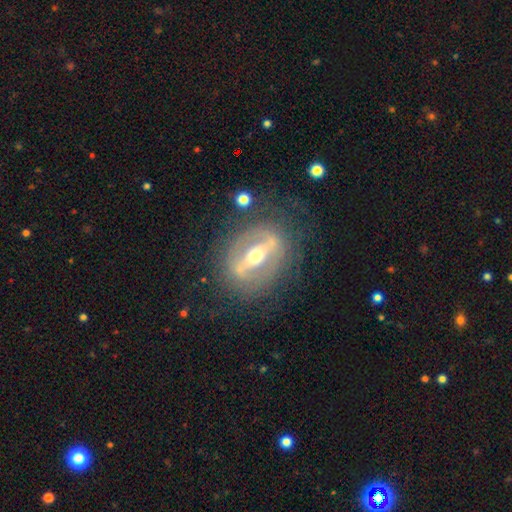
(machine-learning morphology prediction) Smooth or featured? Predicted: featured or disk (p=0.82). Edge-on disk? Predicted: no (p=0.74). Bar? Predicted: strong (p=0.79). Spiral arms? Predicted: no (p=0.67). Bulge size? Predicted: moderate (p=0.69). Merging? Predicted: none (p=0.77).